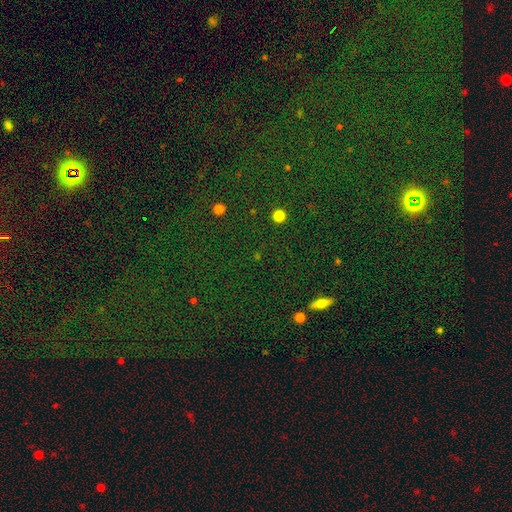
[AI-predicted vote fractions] The model was most divided on "smooth or featured": star or artifact: 78%, smooth: 14%, featured or disk: 9%.